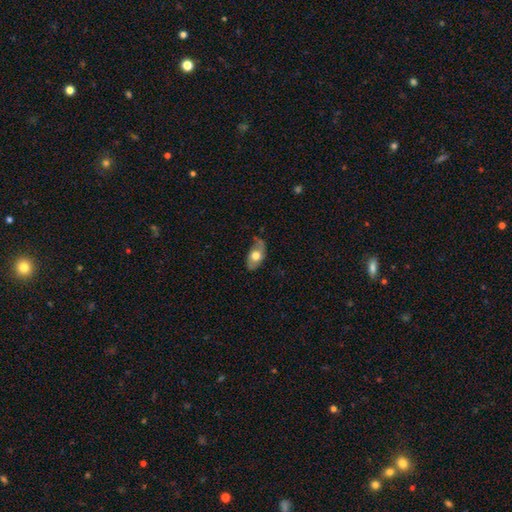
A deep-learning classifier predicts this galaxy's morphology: Q: Smooth or featured?
A: smooth (59%); runner-up: featured or disk (34%)
Q: How rounded?
A: in between (89%); runner-up: round (8%)
Q: Merging?
A: none (61%); runner-up: minor disturbance (29%)